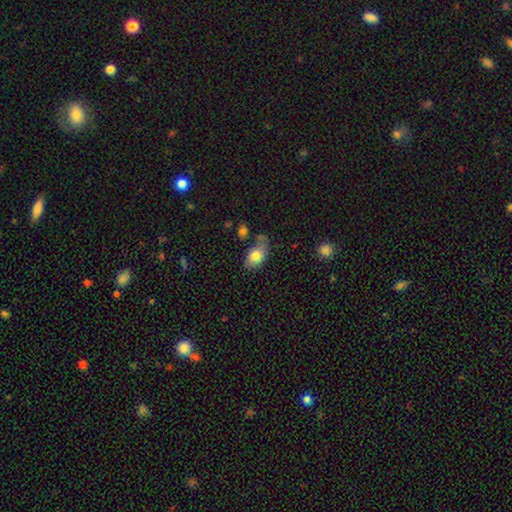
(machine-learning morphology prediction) This is likely a smooth galaxy (77%). How rounded: clearly in between (88%). Merging: possibly none (50%).